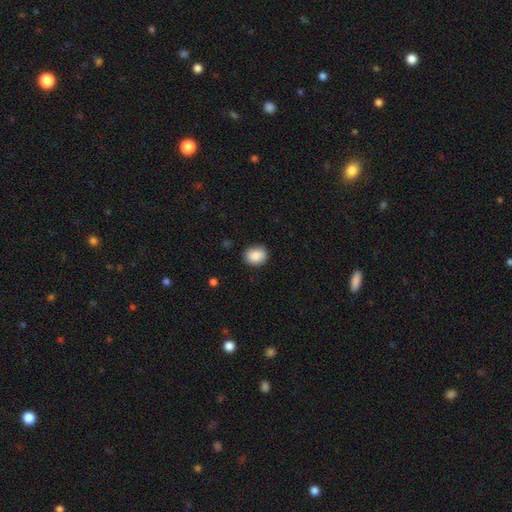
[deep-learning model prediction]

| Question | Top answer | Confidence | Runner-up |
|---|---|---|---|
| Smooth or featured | smooth | 88% | star or artifact (7%) |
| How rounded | round | 58% | in between (41%) |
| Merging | none | 85% | minor disturbance (12%) |